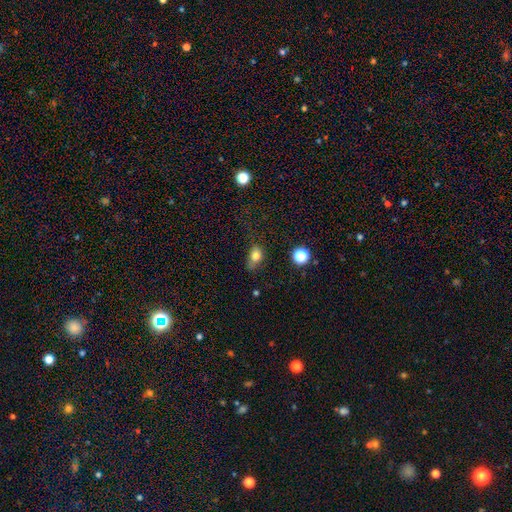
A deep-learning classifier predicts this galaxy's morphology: Q: Smooth or featured?
A: smooth (78%); runner-up: star or artifact (12%)
Q: How rounded?
A: in between (69%); runner-up: round (28%)
Q: Merging?
A: none (45%); runner-up: minor disturbance (36%)